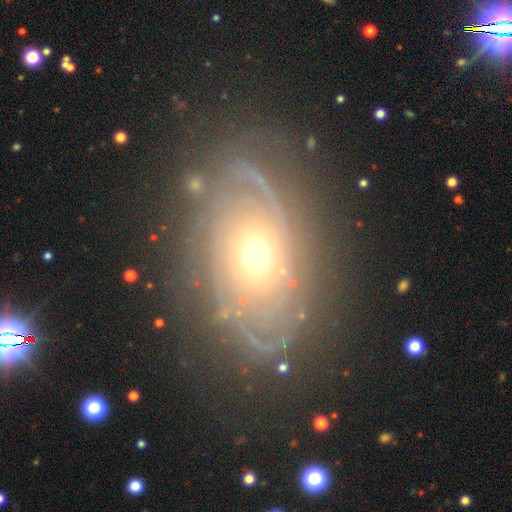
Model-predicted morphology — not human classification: This appears to be a featured or disk galaxy (80%) with no bar (80%), tight (62%) spiral arms (87%) and a moderate central bulge (66%). Merging: none (73%).